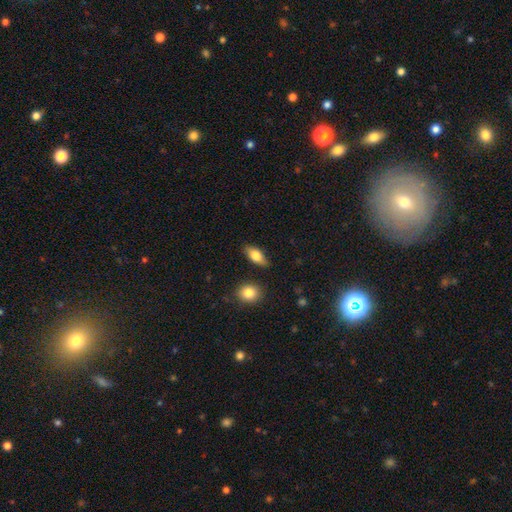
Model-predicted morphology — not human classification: smooth_or_featured: smooth (p=0.77) [alt: featured or disk p=0.17]
how_rounded: in between (p=0.83) [alt: cigar-shaped p=0.12]
merging: none (p=0.83) [alt: minor disturbance p=0.12]